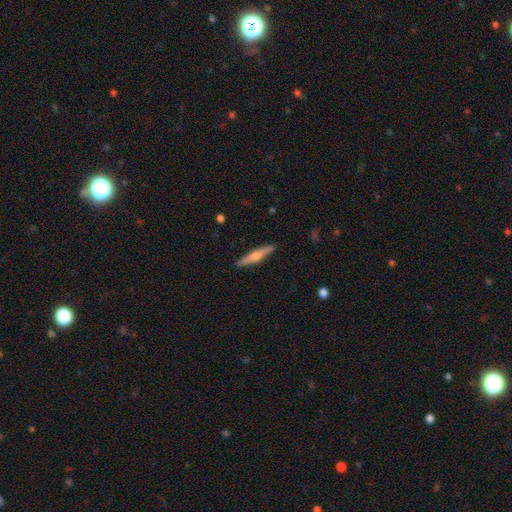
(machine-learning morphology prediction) smooth-or-featured: smooth: 49% | featured or disk: 46% | star or artifact: 6%
  merging: none: 91% | minor disturbance: 7% | major disturbance: 1% | merger: 1%